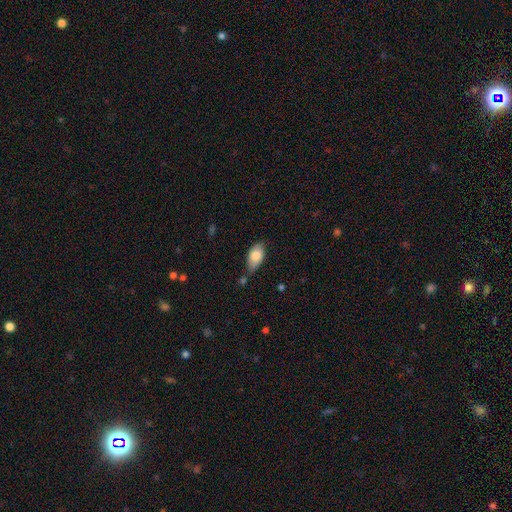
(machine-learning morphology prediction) Overall: smooth (80%). How rounded: in between (92%). Merging: none (64%; minor disturbance 26%).